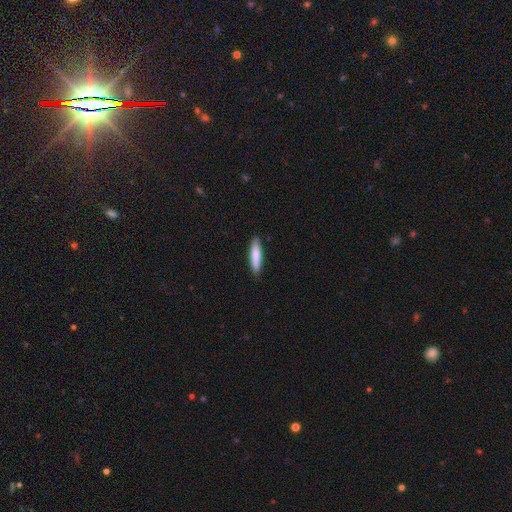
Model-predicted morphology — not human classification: Overall: smooth (79%). How rounded: cigar-shaped (85%). Merging: none (90%).